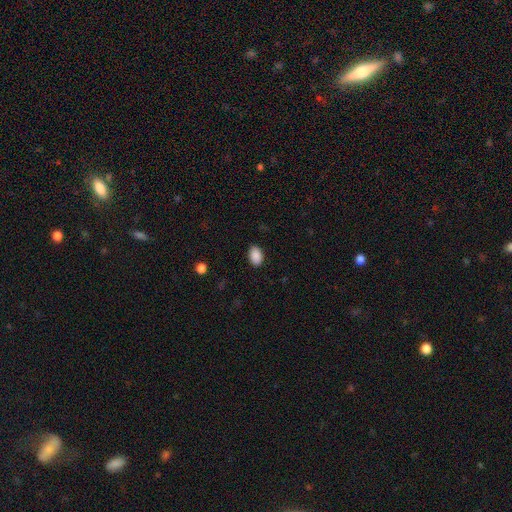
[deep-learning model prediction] The model was most divided on "how rounded": in between: 86%, round: 13%, cigar-shaped: 1%. More confident: smooth or featured — smooth (89%); merging — none (88%).